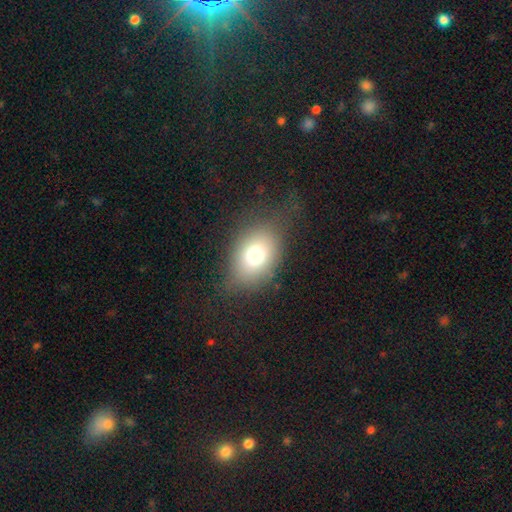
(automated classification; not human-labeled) smooth_or_featured: smooth (p=0.73) [alt: featured or disk p=0.16]
how_rounded: in between (p=0.74) [alt: round p=0.25]
merging: none (p=0.66) [alt: minor disturbance p=0.21]